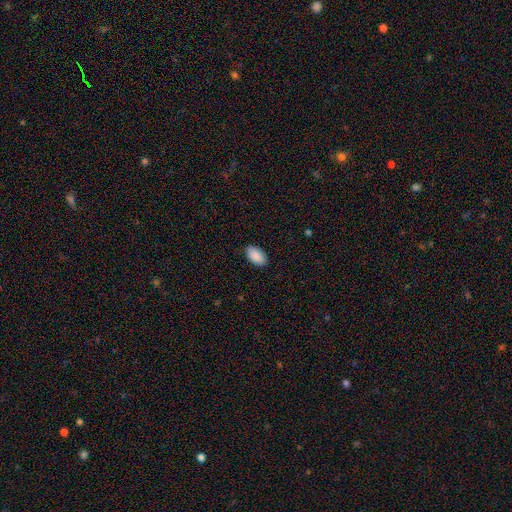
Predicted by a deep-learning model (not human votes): Smooth or featured? Predicted: smooth (p=0.91). How rounded? Predicted: in between (p=0.95). Merging? Predicted: none (p=0.88).